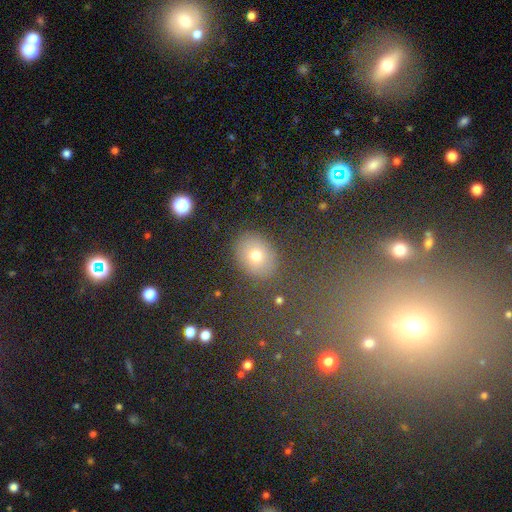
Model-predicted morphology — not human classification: Smooth or featured: smooth — 72% (star or artifact — 15%)
How rounded: in between — 56% (round — 43%)
Merging: none — 87% (minor disturbance — 8%)